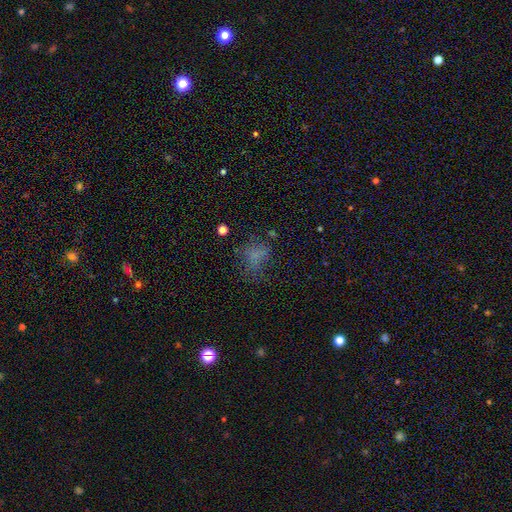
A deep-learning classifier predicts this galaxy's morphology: Smooth or featured: smooth — 60% (star or artifact — 23%)
How rounded: in between — 57% (round — 41%)
Merging: none — 47% (major disturbance — 27%)